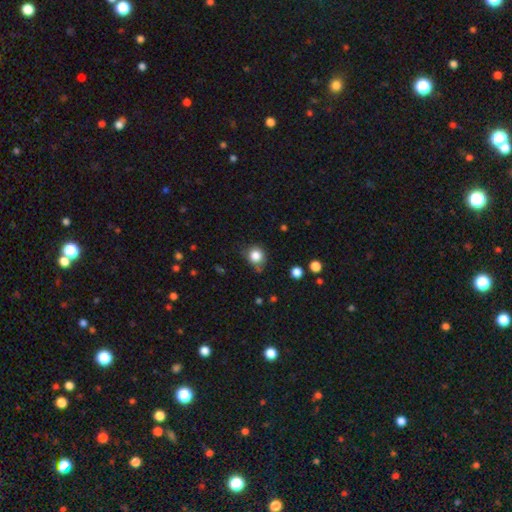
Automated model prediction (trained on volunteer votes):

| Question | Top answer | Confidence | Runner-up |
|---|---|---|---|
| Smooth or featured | smooth | 83% | star or artifact (11%) |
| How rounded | round | 85% | in between (14%) |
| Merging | none | 68% | minor disturbance (23%) |